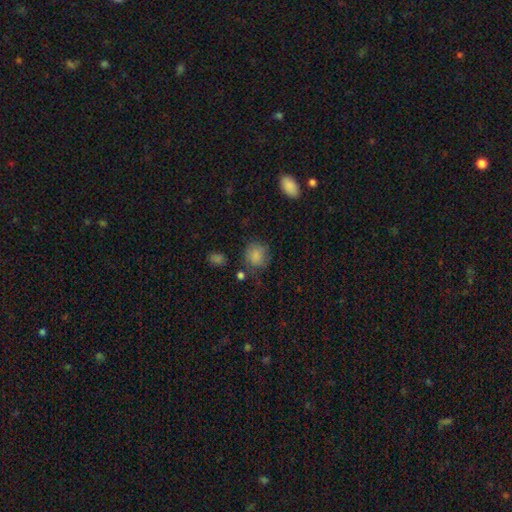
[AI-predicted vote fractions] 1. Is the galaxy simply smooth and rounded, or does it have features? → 83% smooth, 9% star or artifact, 8% featured or disk.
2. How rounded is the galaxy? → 80% round, 19% in between, 1% cigar-shaped.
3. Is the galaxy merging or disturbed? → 66% none, 21% minor disturbance, 9% major disturbance, 5% merger.